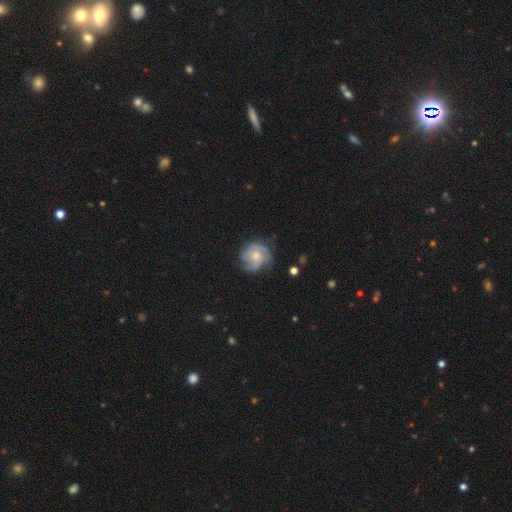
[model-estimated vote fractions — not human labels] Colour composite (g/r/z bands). It shows a featured or disk galaxy (77%) with no bar (76%), 3 (48%) tight (52%) spiral arms (95%) and a moderate central bulge (47%). Merging: none (71%).